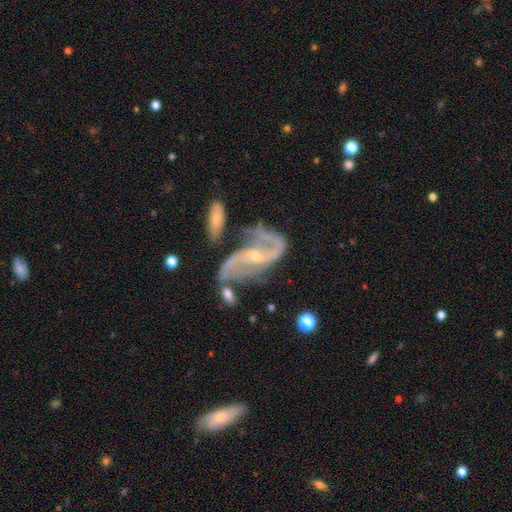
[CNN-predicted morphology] Smooth or featured: featured or disk — 89% (star or artifact — 6%)
Edge-on disk: no — 96% (yes — 4%)
Bar: weak — 36% (no — 33%)
Spiral arms: yes — 96% (no — 4%)
Spiral winding: loose — 56% (medium — 33%)
Spiral arm count: 2 — 87% (can't tell — 4%)
Bulge size: small — 75% (moderate — 21%)
Merging: none — 42% (merger — 21%)